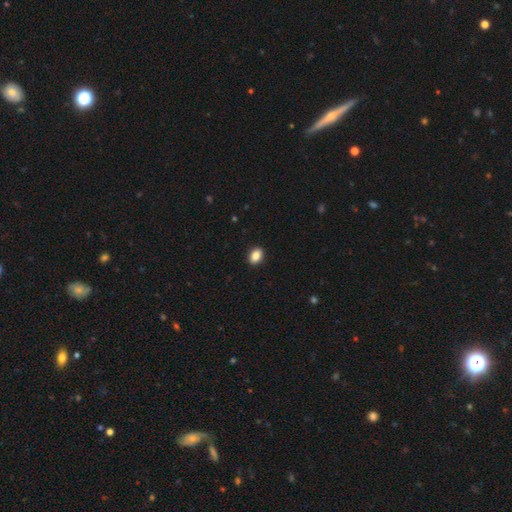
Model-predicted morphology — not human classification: This is clearly a smooth galaxy (88%). How rounded: likely in between (78%). Merging: clearly none (91%).